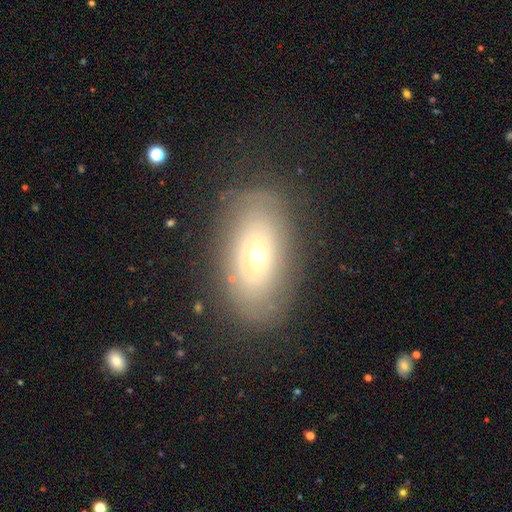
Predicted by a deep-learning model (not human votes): Morphology: type=smooth (45%, tied with featured or disk); merging=none (74%).